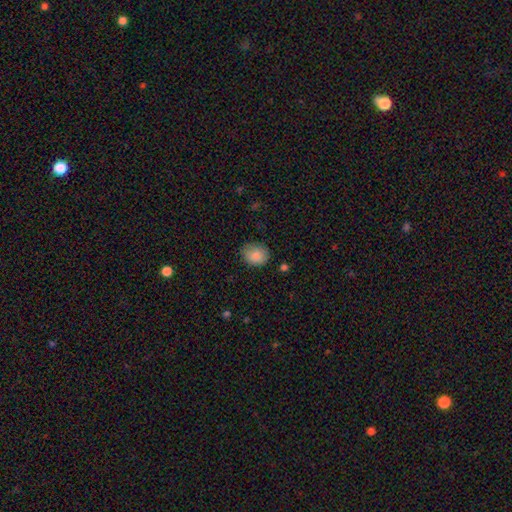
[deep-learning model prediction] Smooth or featured? smooth (87%)
How rounded? round (53%)
Merging? none (78%)